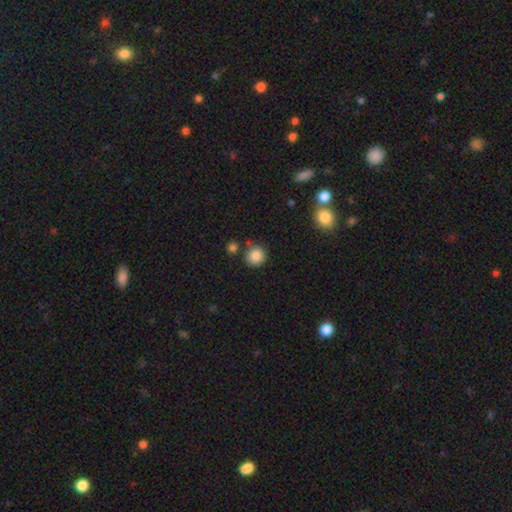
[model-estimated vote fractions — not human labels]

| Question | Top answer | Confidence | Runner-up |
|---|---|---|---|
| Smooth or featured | smooth | 85% | star or artifact (10%) |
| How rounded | round | 92% | in between (7%) |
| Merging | none | 75% | minor disturbance (12%) |